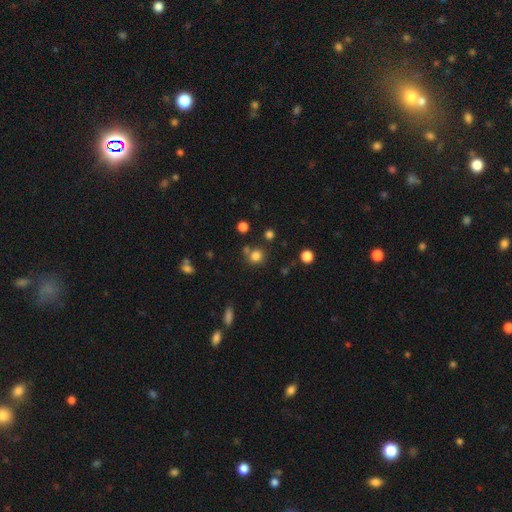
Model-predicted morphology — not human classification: A smooth galaxy with no disk features (78%) that is round (88%). Merging: none (71%).